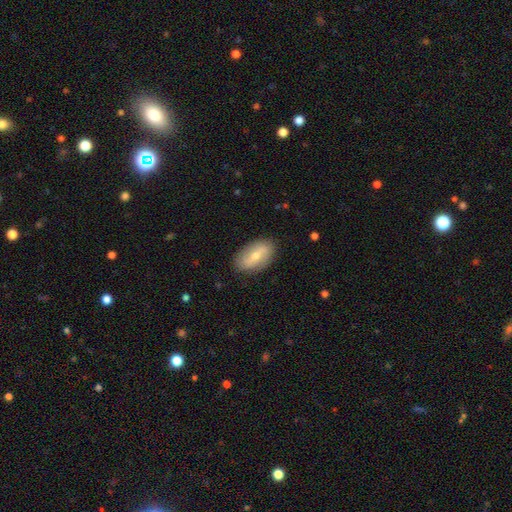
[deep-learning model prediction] This is possibly a smooth galaxy (50%). How rounded: clearly in between (90%). Merging: clearly none (86%).